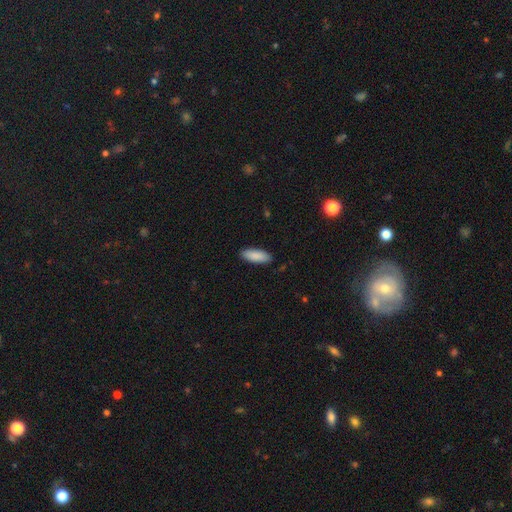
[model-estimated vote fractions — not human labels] smooth_or_featured: smooth (p=0.89) [alt: star or artifact p=0.06]
how_rounded: in between (p=0.73) [alt: cigar-shaped p=0.25]
merging: none (p=0.89) [alt: minor disturbance p=0.09]